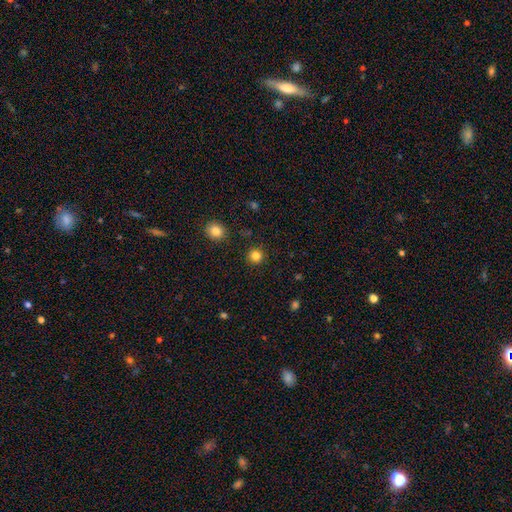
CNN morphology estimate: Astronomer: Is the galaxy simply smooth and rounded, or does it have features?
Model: smooth — 83%.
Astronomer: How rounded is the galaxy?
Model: round — 94%.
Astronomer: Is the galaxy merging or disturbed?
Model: none — 91%.